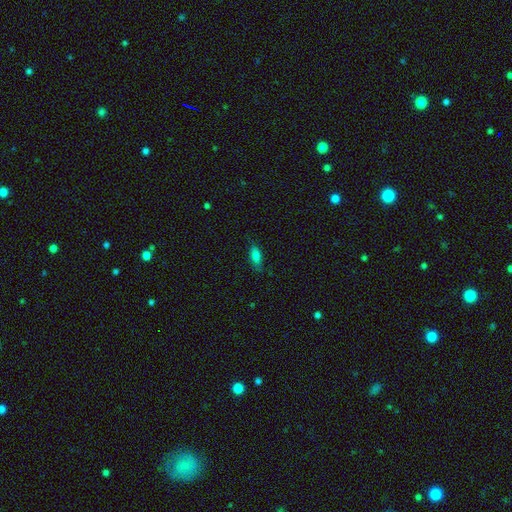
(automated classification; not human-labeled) Smooth or featured? Predicted: smooth (p=0.79). How rounded? Predicted: in between (p=0.73). Merging? Predicted: none (p=0.76).